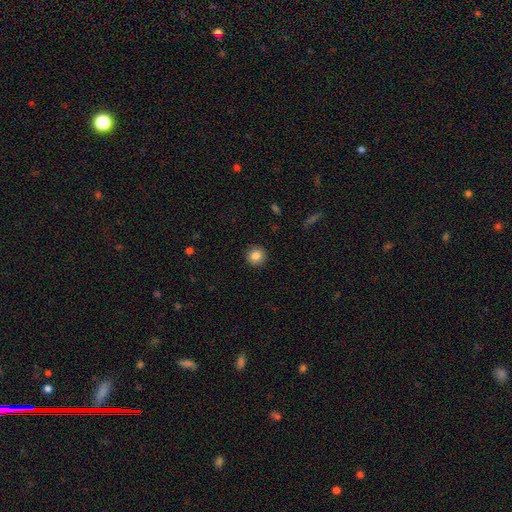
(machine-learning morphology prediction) Smooth or featured? Predicted: smooth (p=0.85). How rounded? Predicted: round (p=0.94). Merging? Predicted: none (p=0.92).